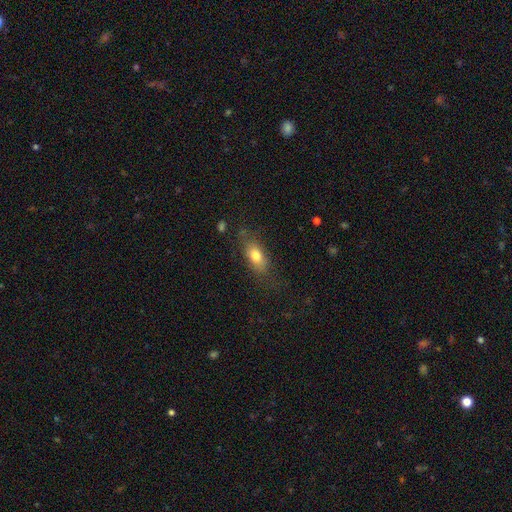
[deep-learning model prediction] The model was most divided on "merging": none: 70%, minor disturbance: 19%, major disturbance: 8%, merger: 2%. More confident: how rounded — in between (82%); smooth or featured — smooth (76%).